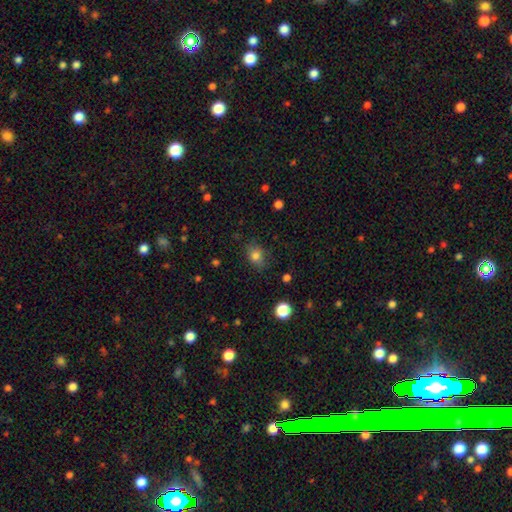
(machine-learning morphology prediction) This is likely a smooth galaxy (80%). How rounded: possibly in between (57%). Merging: likely none (79%).